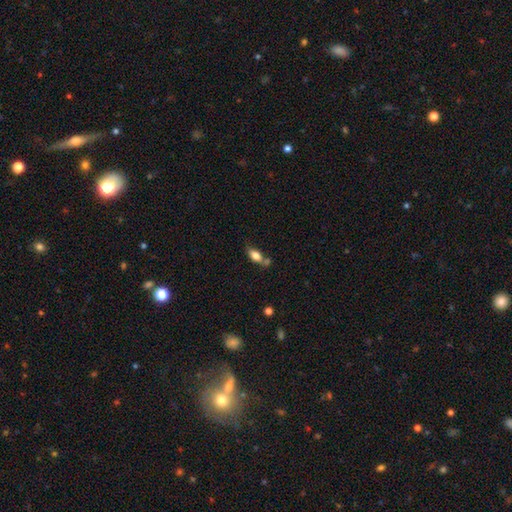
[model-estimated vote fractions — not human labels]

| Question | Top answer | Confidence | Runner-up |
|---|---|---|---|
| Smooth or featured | smooth | 73% | featured or disk (18%) |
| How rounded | in between | 81% | cigar-shaped (14%) |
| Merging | none | 49% | merger (25%) |